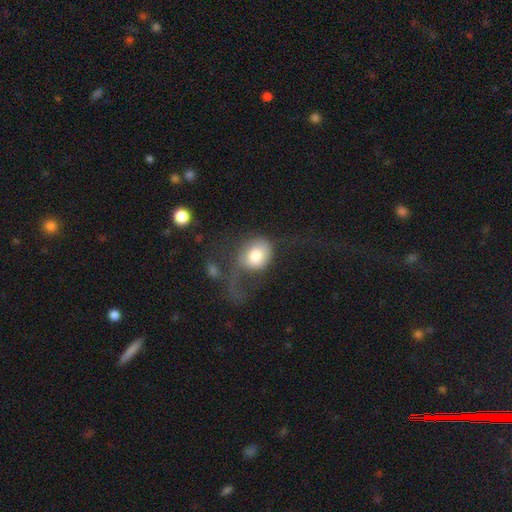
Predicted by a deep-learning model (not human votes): This appears to be a smooth galaxy with no disk features (73%) that is round (57%). Merging: major disturbance (55%).